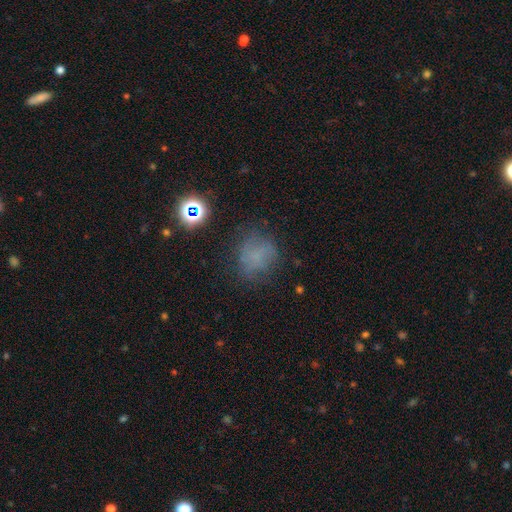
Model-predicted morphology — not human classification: smooth-or-featured: smooth: 54% | star or artifact: 25% | featured or disk: 22%
  how-rounded: round: 72% | in between: 27% | cigar-shaped: 1%
  merging: none: 61% | minor disturbance: 22% | major disturbance: 14% | merger: 3%